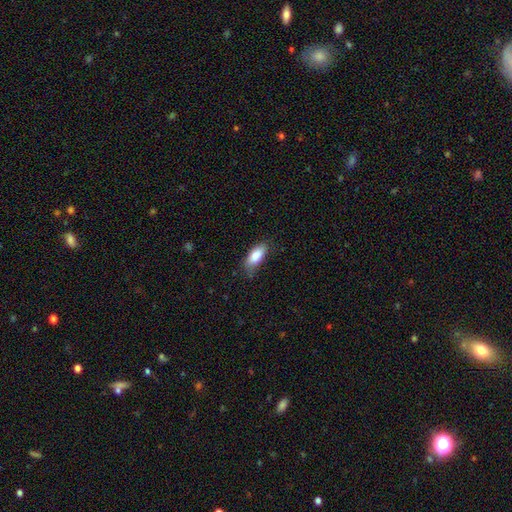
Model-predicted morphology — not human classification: This is clearly a smooth galaxy (83%). How rounded: clearly in between (83%). Merging: likely none (71%).